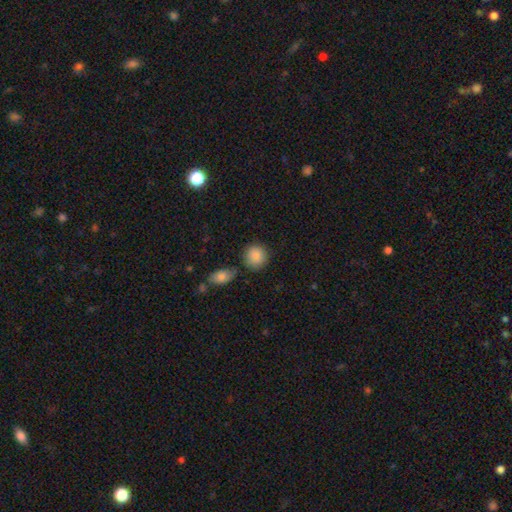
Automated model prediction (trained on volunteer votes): Smooth or featured? smooth (87%)
How rounded? round (82%)
Merging? none (75%)